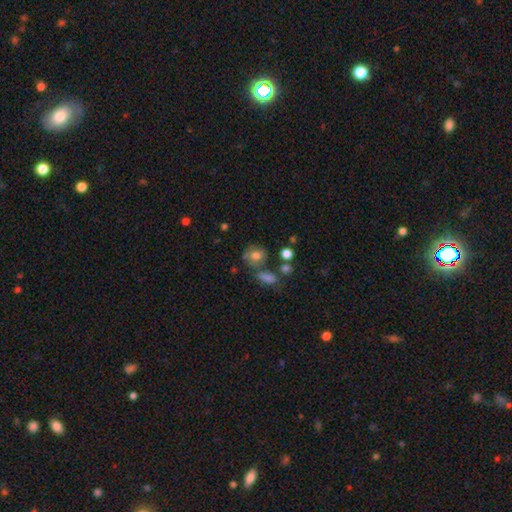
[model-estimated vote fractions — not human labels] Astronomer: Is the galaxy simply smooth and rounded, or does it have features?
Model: smooth — 43% (runner-up: star or artifact, 31%).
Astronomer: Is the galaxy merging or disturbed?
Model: none — 53%.